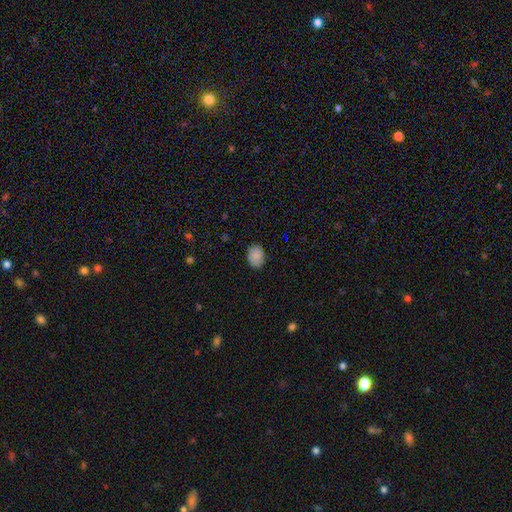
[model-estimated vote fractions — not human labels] smooth_or_featured: smooth (p=0.87) [alt: star or artifact p=0.09]
how_rounded: in between (p=0.66) [alt: round p=0.33]
merging: none (p=0.82) [alt: minor disturbance p=0.14]